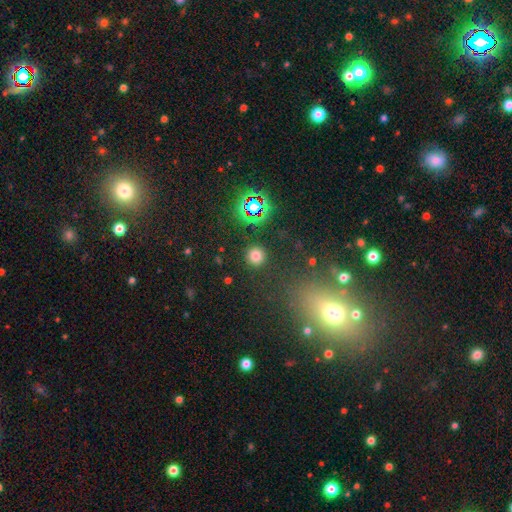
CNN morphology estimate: Q: Smooth or featured?
A: smooth (75%); runner-up: star or artifact (20%)
Q: How rounded?
A: round (94%); runner-up: in between (5%)
Q: Merging?
A: none (90%); runner-up: minor disturbance (6%)